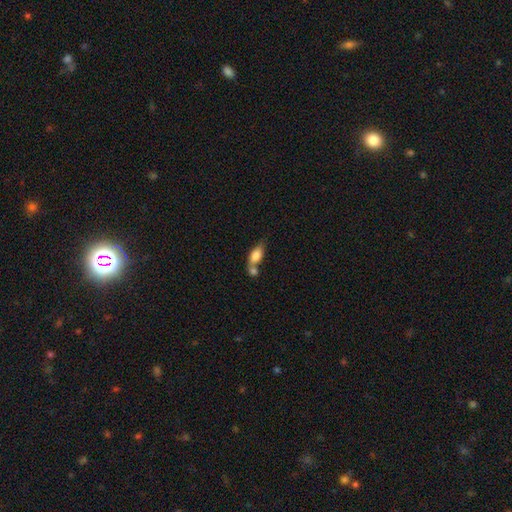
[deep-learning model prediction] smooth_or_featured: smooth (p=0.78) [alt: featured or disk p=0.14]
how_rounded: in between (p=0.84) [alt: cigar-shaped p=0.09]
merging: merger (p=0.54) [alt: none p=0.30]